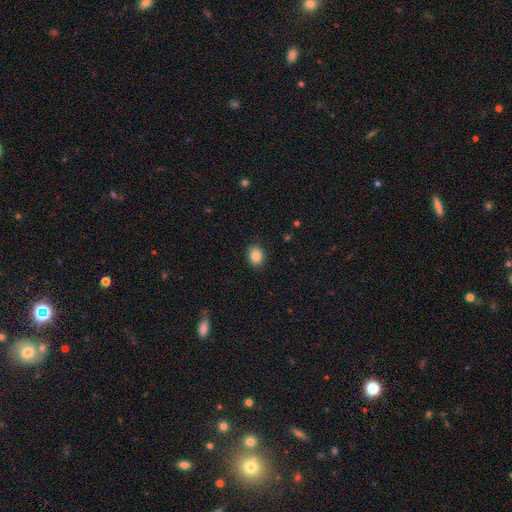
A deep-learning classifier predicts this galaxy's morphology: smooth_or_featured: smooth (p=0.87) [alt: star or artifact p=0.09]
how_rounded: in between (p=0.65) [alt: round p=0.34]
merging: none (p=0.88) [alt: minor disturbance p=0.09]